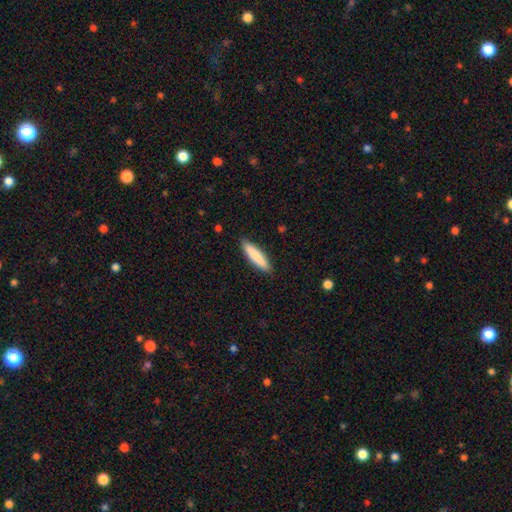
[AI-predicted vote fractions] A smooth galaxy with no disk features (84%) that is cigar-shaped (76%). Merging: none (89%).